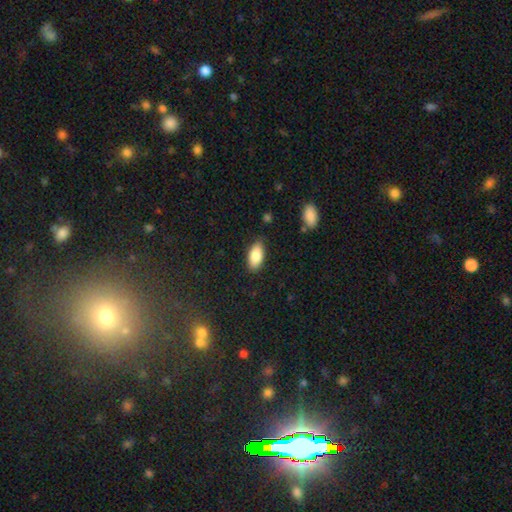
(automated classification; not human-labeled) Morphology: type=smooth (85%); roundness=in between (91%); merging=none (82%).